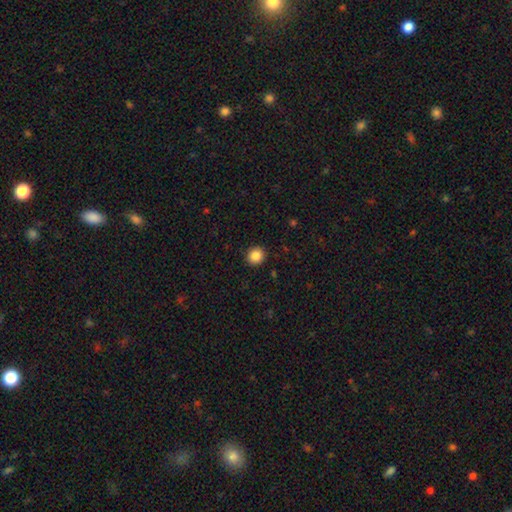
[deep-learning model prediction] A smooth galaxy with no disk features (86%) that is round (89%).

Vote fractions:
- Smooth or featured? smooth: 86% / star or artifact: 10% / featured or disk: 4%
- How rounded? round: 89% / in between: 10% / cigar-shaped: 1%
- Merging? none: 92% / minor disturbance: 5% / major disturbance: 2% / merger: 1%